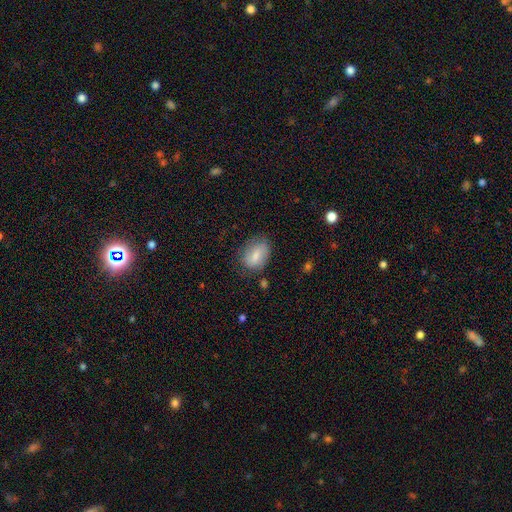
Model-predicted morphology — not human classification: The model was most divided on "merging": none: 64%, minor disturbance: 26%, major disturbance: 8%, merger: 2%. More confident: how rounded — in between (80%); smooth or featured — smooth (75%).